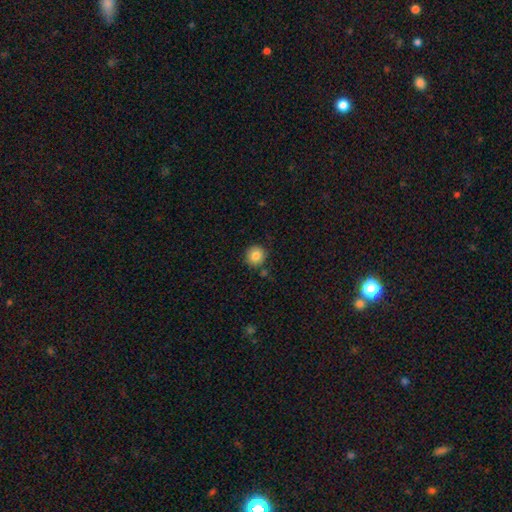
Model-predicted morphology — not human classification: type=smooth (83%); roundness=round (94%); merging=none (85%).